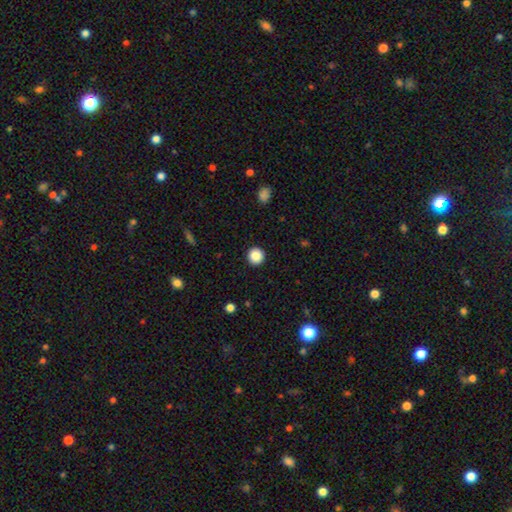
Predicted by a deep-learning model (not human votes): Morphology: type=smooth (88%); roundness=round (95%); merging=none (93%).